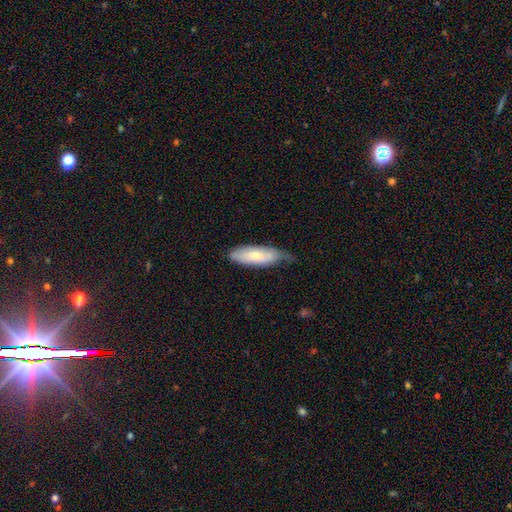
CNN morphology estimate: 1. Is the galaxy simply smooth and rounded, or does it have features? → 64% smooth, 30% featured or disk, 6% star or artifact.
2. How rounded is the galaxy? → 66% in between, 32% cigar-shaped, 2% round.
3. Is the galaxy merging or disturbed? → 48% none, 40% minor disturbance, 10% major disturbance, 2% merger.